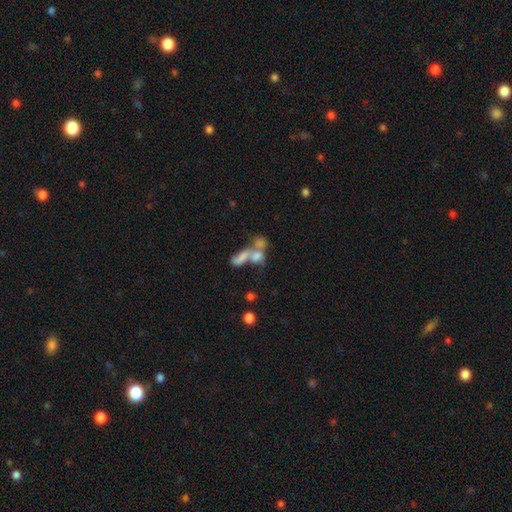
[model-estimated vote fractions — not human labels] A smooth galaxy with no disk features (63%) that is in between round and cigar-shaped (61%). Merging: merger (66%).